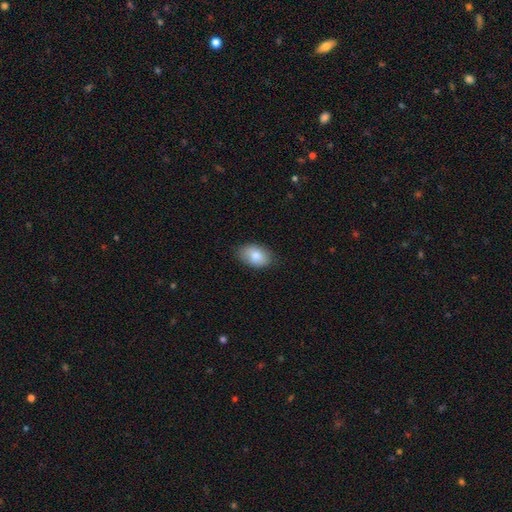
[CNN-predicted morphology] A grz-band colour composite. It shows a smooth galaxy with no disk features (83%) that is in between round and cigar-shaped (88%). Merging: none (81%).